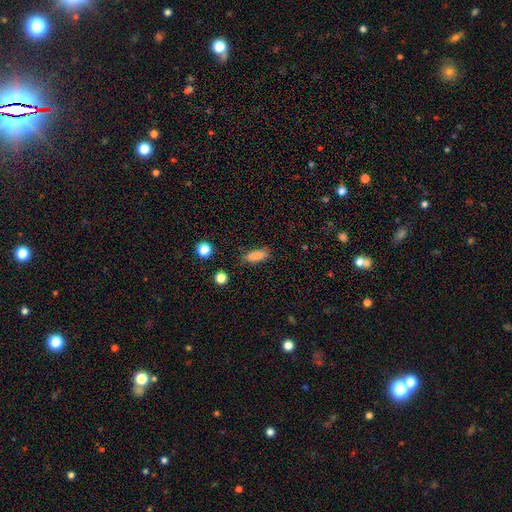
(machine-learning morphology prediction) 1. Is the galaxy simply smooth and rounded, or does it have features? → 83% smooth, 9% star or artifact, 8% featured or disk.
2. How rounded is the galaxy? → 60% in between, 37% cigar-shaped, 3% round.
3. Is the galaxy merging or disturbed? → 81% none, 14% minor disturbance, 3% major disturbance, 2% merger.